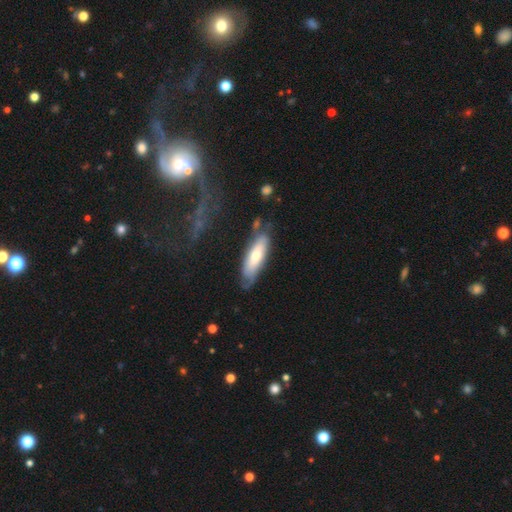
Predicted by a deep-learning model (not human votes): Q: Smooth or featured?
A: smooth (55%); runner-up: featured or disk (39%)
Q: How rounded?
A: in between (50%); runner-up: cigar-shaped (48%)
Q: Merging?
A: none (60%); runner-up: minor disturbance (26%)